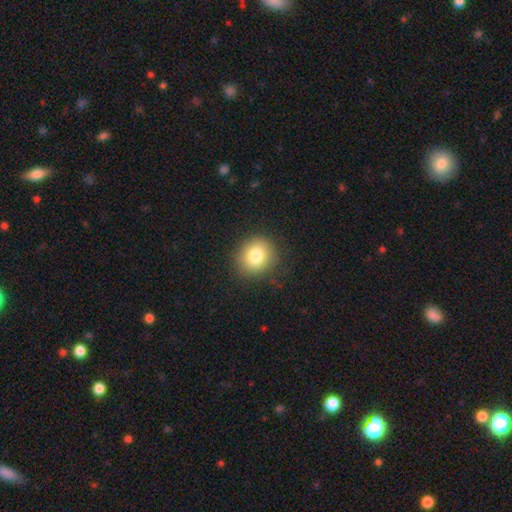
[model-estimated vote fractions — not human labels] Smooth or featured?
  - smooth: 81% *
  - star or artifact: 10%
  - featured or disk: 9%
How rounded?
  - round: 80% *
  - in between: 19%
  - cigar-shaped: 1%
Merging?
  - none: 88% *
  - minor disturbance: 8%
  - major disturbance: 3%
  - merger: 1%